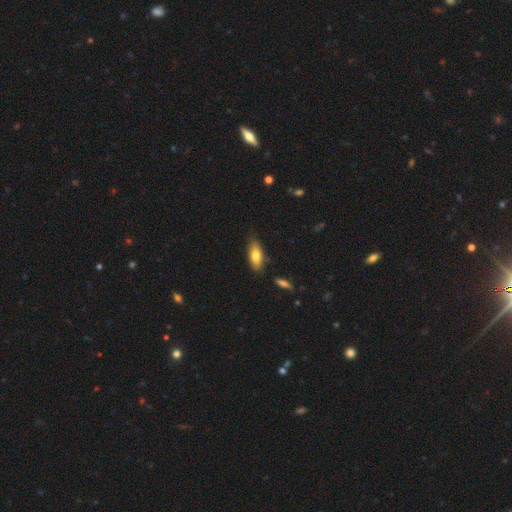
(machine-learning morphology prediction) smooth_or_featured: smooth (p=0.74) [alt: featured or disk p=0.19]
how_rounded: in between (p=0.75) [alt: cigar-shaped p=0.22]
merging: none (p=0.79) [alt: minor disturbance p=0.16]